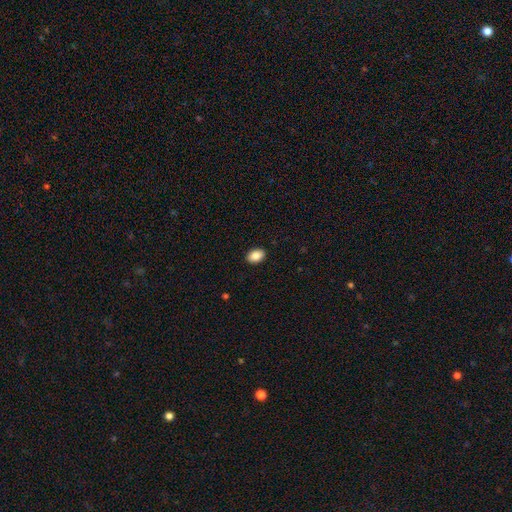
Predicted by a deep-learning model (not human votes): Smooth or featured? smooth (87%)
How rounded? in between (84%)
Merging? none (90%)